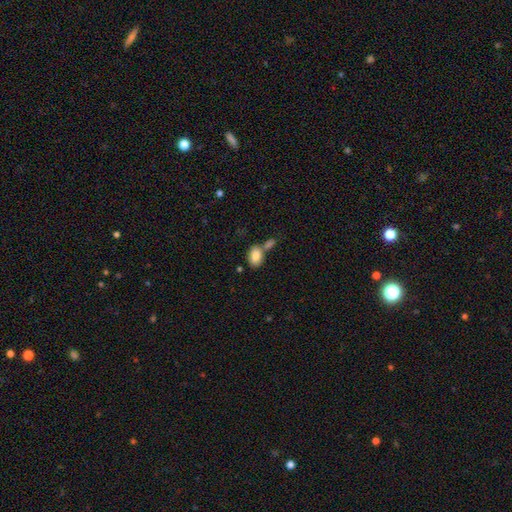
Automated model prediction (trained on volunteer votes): Smooth or featured?
  - smooth: 84% *
  - featured or disk: 8%
  - star or artifact: 8%
How rounded?
  - in between: 86% *
  - round: 13%
  - cigar-shaped: 1%
Merging?
  - none: 52% *
  - merger: 32%
  - minor disturbance: 12%
  - major disturbance: 4%